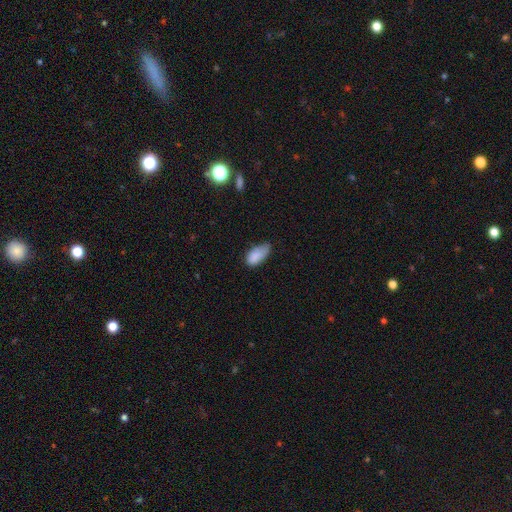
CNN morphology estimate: This appears to be a smooth galaxy with no disk features (85%) that is in between round and cigar-shaped (92%). Merging: minor disturbance (47%).